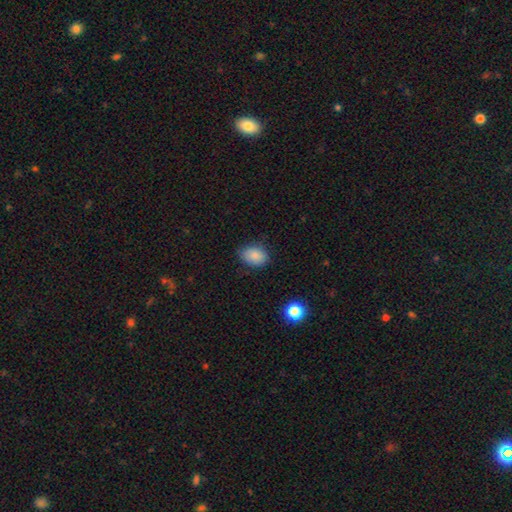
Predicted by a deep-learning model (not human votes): Overall: smooth (86%). How rounded: in between (72%). Merging: none (80%).